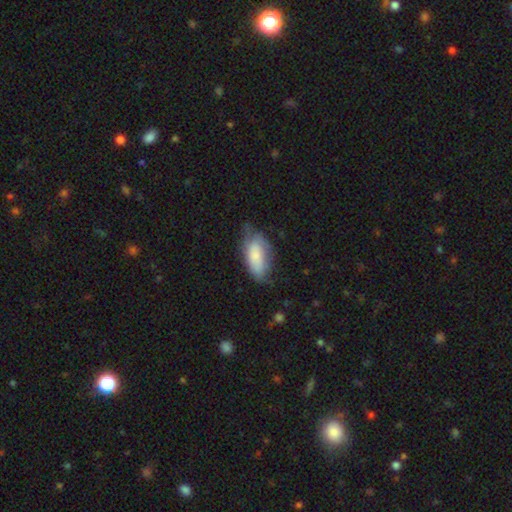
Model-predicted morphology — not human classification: smooth_or_featured: smooth (p=0.77) [alt: featured or disk p=0.17]
how_rounded: in between (p=0.87) [alt: cigar-shaped p=0.11]
merging: none (p=0.48) [alt: minor disturbance p=0.37]